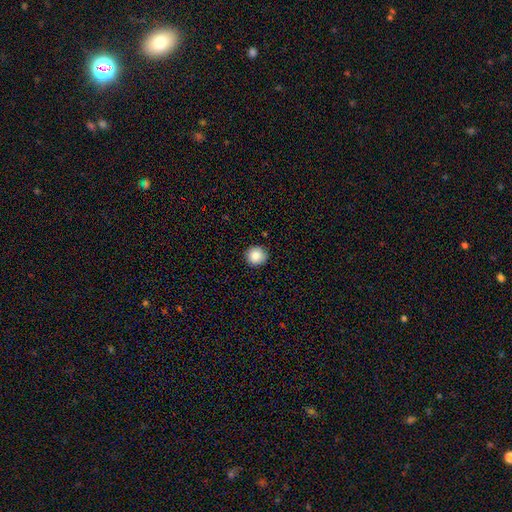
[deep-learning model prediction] Smooth or featured? smooth (88%)
How rounded? round (93%)
Merging? none (90%)